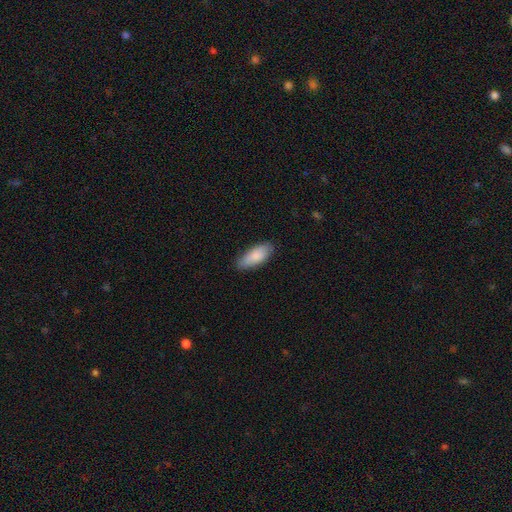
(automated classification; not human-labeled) smooth-or-featured: smooth: 86% | featured or disk: 9% | star or artifact: 5%
  how-rounded: in between: 81% | cigar-shaped: 17% | round: 2%
  merging: none: 83% | minor disturbance: 14% | major disturbance: 2% | merger: 1%